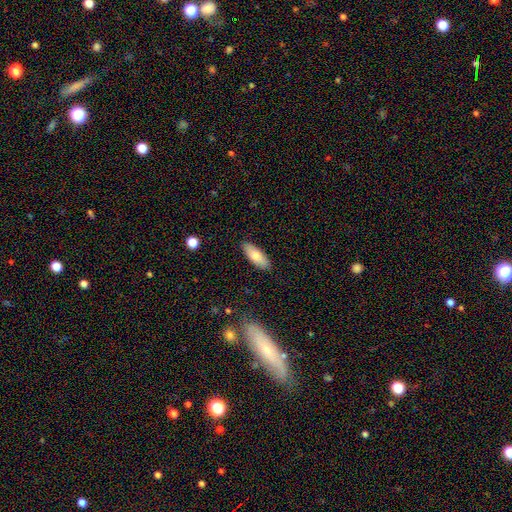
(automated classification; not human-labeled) Smooth or featured? Predicted: smooth (p=0.78). How rounded? Predicted: in between (p=0.73). Merging? Predicted: none (p=0.88).